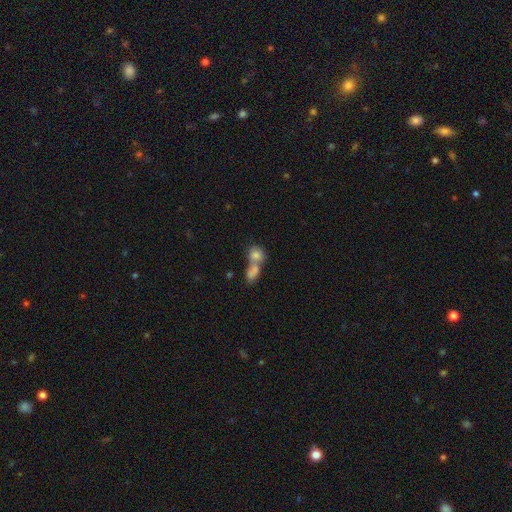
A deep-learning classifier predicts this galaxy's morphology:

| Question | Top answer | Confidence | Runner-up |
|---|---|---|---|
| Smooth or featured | smooth | 79% | featured or disk (13%) |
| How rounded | in between | 49% | round (48%) |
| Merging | merger | 69% | none (21%) |